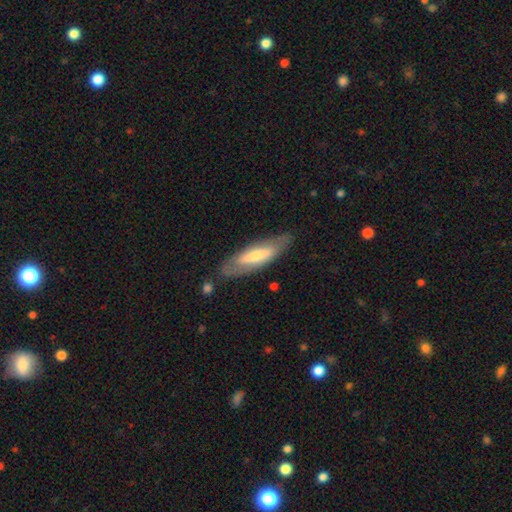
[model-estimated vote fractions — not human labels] Overall: featured or disk (53%; smooth 41%). Edge-on disk: no (60%; yes 40%). Merging: none (79%).